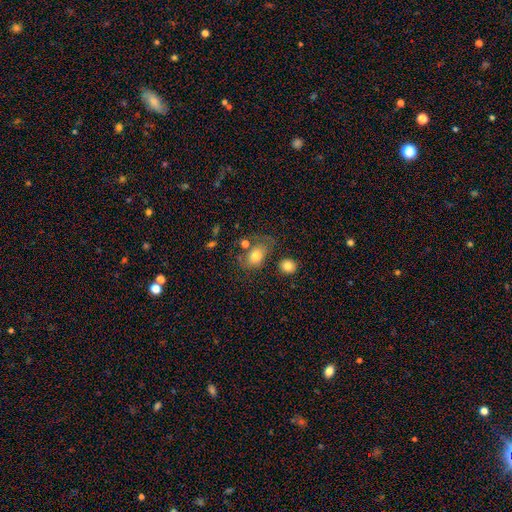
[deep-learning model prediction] Overall: smooth (75%). How rounded: in between (69%). Merging: none (47%; minor disturbance 22%).